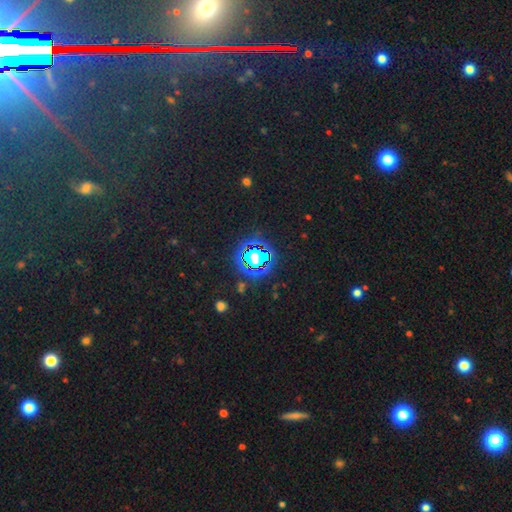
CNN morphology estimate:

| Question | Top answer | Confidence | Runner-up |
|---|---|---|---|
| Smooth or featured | star or artifact | 67% | smooth (22%) |